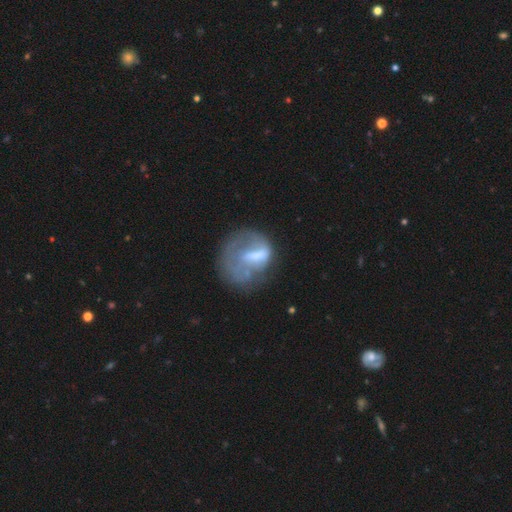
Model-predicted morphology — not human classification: Overall: featured or disk (53%; smooth 37%). Edge-on disk: no (96%). Bar: weak (39%; no 34%). Spiral arms: no (65%; yes 35%). Bulge size: moderate (37%; none 28%). Merging: none (40%; major disturbance 34%).